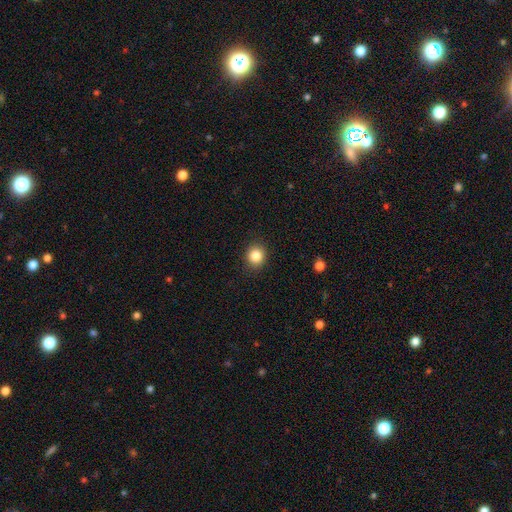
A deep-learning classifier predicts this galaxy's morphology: This is clearly a smooth galaxy (85%). How rounded: clearly round (82%). Merging: clearly none (89%).